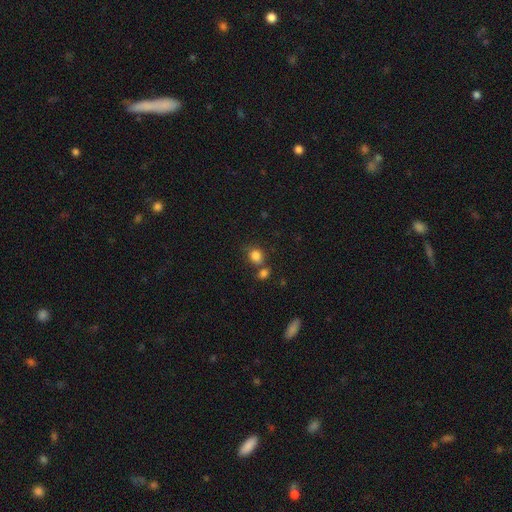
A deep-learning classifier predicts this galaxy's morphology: smooth-or-featured: smooth: 83% | star or artifact: 11% | featured or disk: 6%
  how-rounded: round: 68% | in between: 30% | cigar-shaped: 1%
  merging: none: 57% | merger: 26% | minor disturbance: 13% | major disturbance: 5%